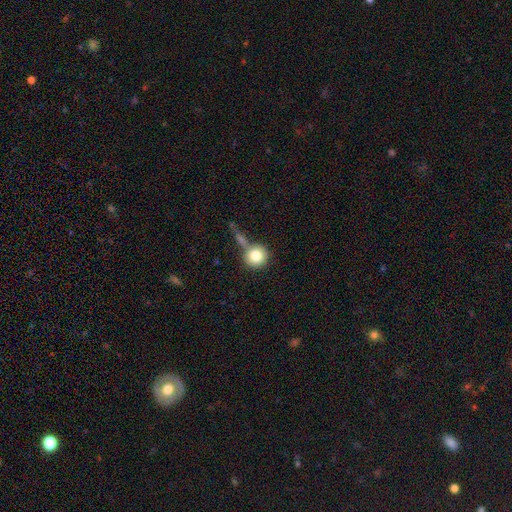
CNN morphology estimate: Smooth or featured? smooth (82%)
How rounded? round (92%)
Merging? none (59%)